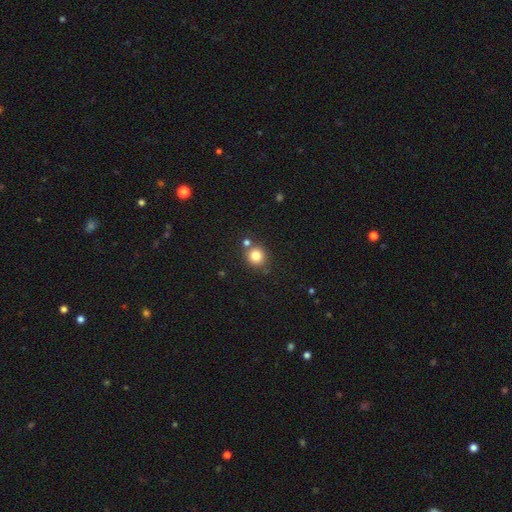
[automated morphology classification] A smooth galaxy with no disk features (82%) that is round (87%).

Vote fractions:
- Smooth or featured? smooth: 82% / star or artifact: 11% / featured or disk: 7%
- How rounded? round: 87% / in between: 12% / cigar-shaped: 1%
- Merging? none: 74% / merger: 14% / minor disturbance: 9% / major disturbance: 3%